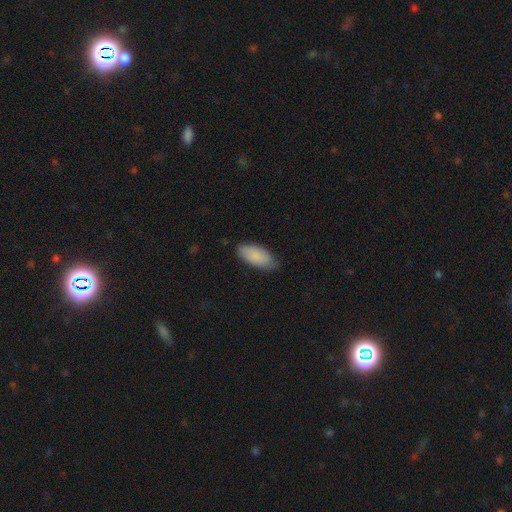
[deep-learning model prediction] The model was most divided on "merging": none: 77%, minor disturbance: 19%, major disturbance: 3%, merger: 1%. More confident: how rounded — in between (88%); smooth or featured — smooth (88%).